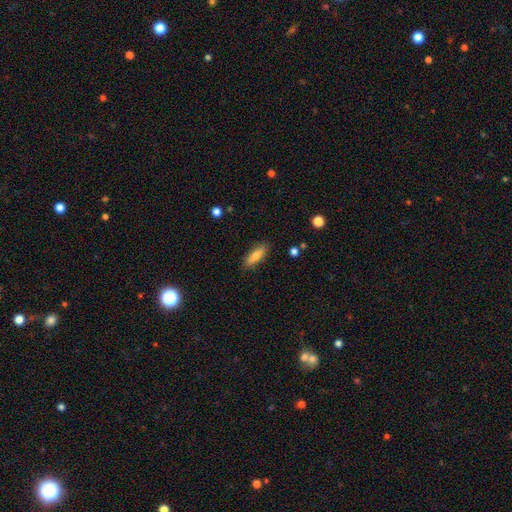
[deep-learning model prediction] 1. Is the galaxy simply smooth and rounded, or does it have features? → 73% smooth, 20% featured or disk, 7% star or artifact.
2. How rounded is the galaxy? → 53% in between, 44% cigar-shaped, 3% round.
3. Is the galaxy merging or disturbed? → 87% none, 10% minor disturbance, 2% major disturbance, 1% merger.